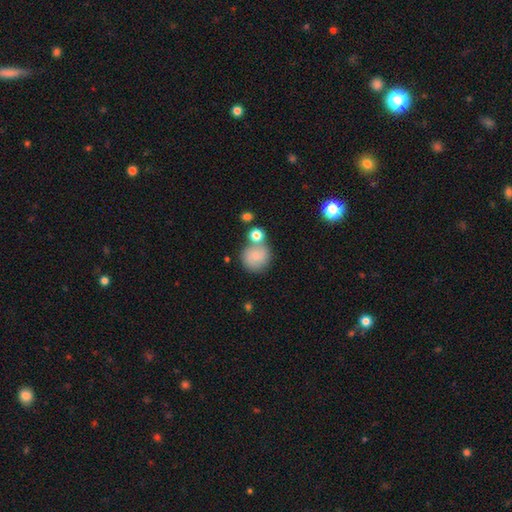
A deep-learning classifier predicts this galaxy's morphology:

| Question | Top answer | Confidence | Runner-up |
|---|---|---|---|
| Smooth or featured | smooth | 77% | featured or disk (14%) |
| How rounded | round | 89% | in between (10%) |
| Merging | none | 56% | merger (25%) |